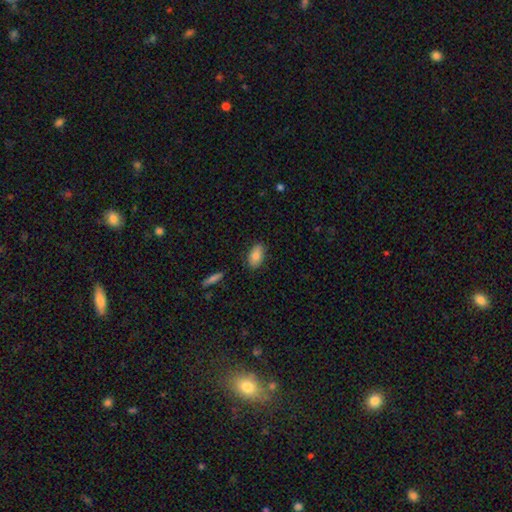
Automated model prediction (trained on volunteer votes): This appears to be a smooth galaxy with no disk features (81%) that is in between round and cigar-shaped (91%). Merging: none (81%).